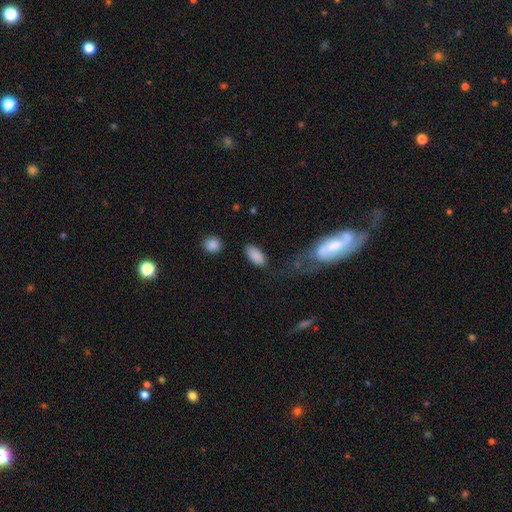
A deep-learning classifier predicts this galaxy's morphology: This is clearly a smooth galaxy (88%). How rounded: clearly in between (93%). Merging: likely none (76%).